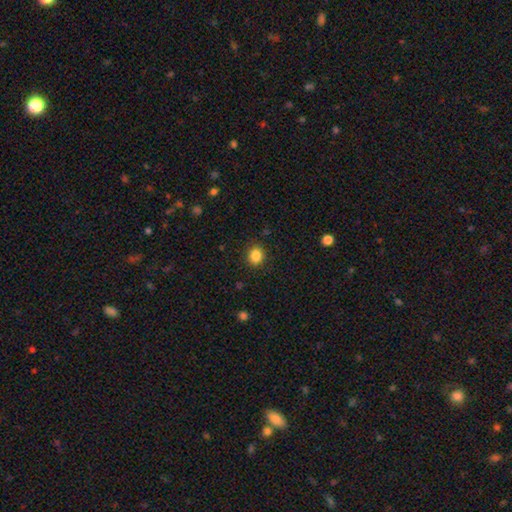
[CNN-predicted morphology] smooth_or_featured: smooth (p=0.85) [alt: star or artifact p=0.11]
how_rounded: round (p=0.68) [alt: in between p=0.31]
merging: none (p=0.88) [alt: minor disturbance p=0.08]